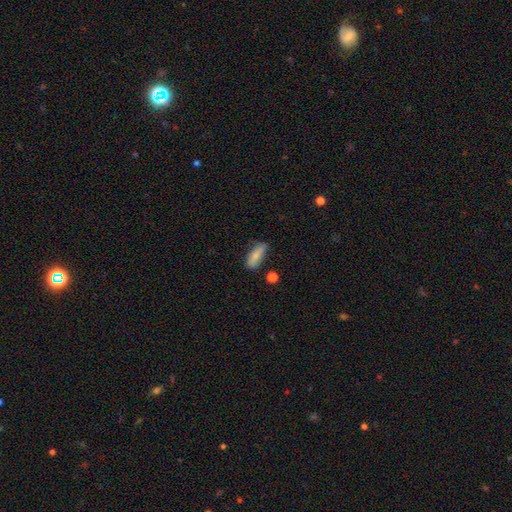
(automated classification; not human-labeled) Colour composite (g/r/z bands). It shows a smooth galaxy with no disk features (75%) that is in between round and cigar-shaped (71%). Merging: none (63%).